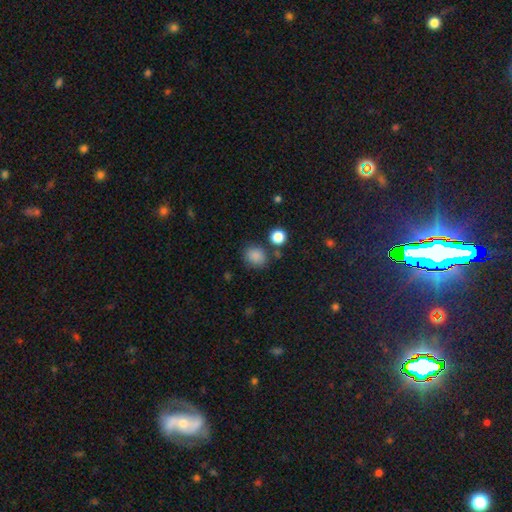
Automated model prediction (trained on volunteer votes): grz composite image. It shows a smooth galaxy with no disk features (85%) that is round (71%). Merging: none (77%).